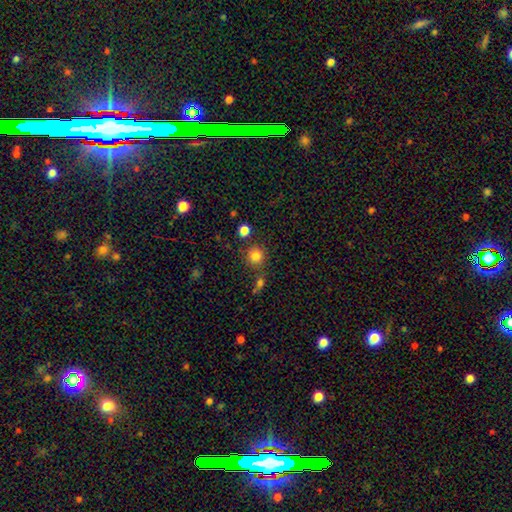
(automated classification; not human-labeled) Overall: smooth (82%). How rounded: round (92%). Merging: none (78%).